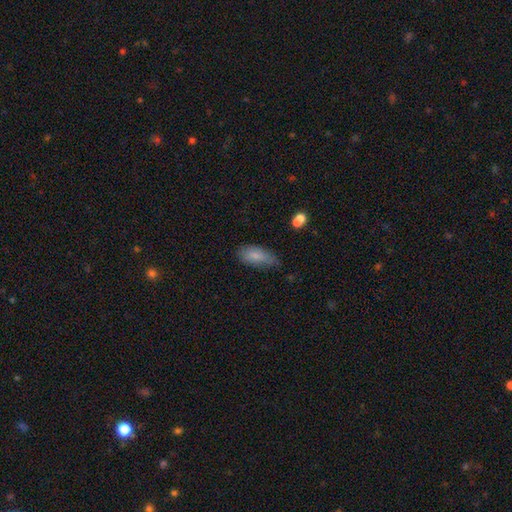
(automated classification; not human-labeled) A smooth galaxy with no disk features (81%) that is in between round and cigar-shaped (84%). Merging: none (50%).